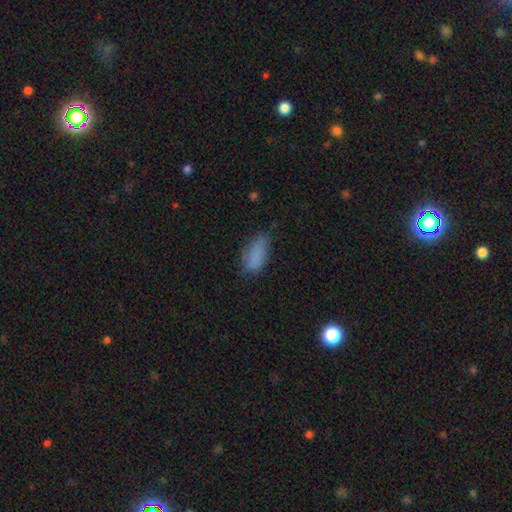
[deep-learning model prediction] smooth_or_featured: smooth (p=0.83) [alt: star or artifact p=0.10]
how_rounded: in between (p=0.85) [alt: cigar-shaped p=0.12]
merging: none (p=0.59) [alt: minor disturbance p=0.30]